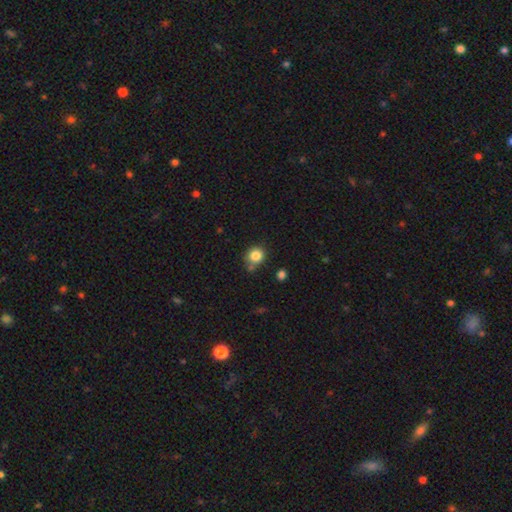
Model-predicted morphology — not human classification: This appears to be a smooth galaxy with no disk features (84%) that is round (81%). Merging: none (70%).